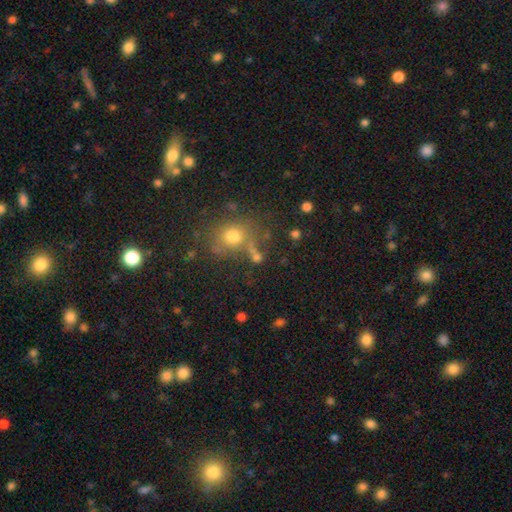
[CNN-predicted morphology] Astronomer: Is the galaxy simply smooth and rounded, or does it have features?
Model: smooth — 67%.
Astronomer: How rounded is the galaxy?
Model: round — 73%.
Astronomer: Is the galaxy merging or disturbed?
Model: none — 63%.